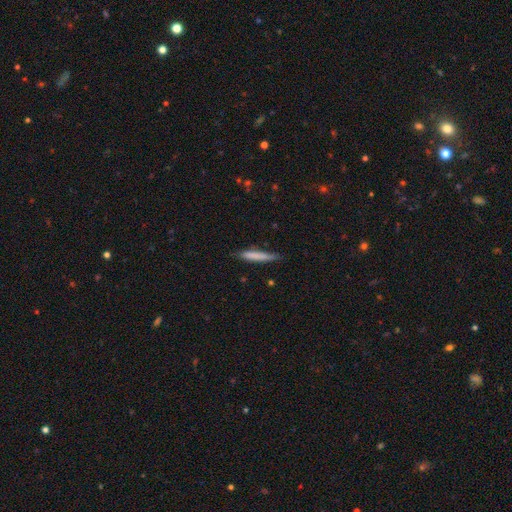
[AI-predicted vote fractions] Smooth or featured: smooth — 74% (featured or disk — 21%)
How rounded: cigar-shaped — 94% (in between — 5%)
Merging: none — 80% (minor disturbance — 16%)